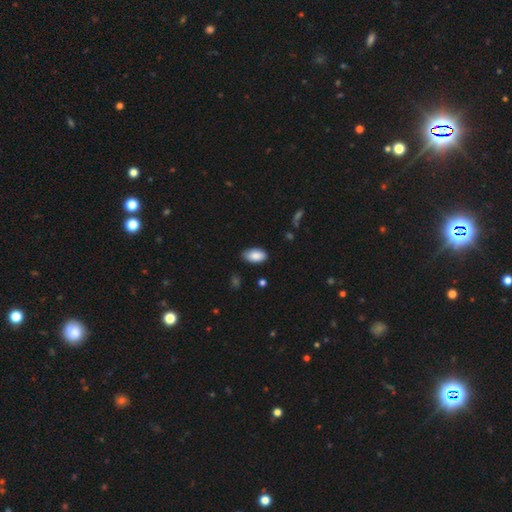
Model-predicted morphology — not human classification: type=smooth (88%); roundness=in between (95%); merging=none (79%).